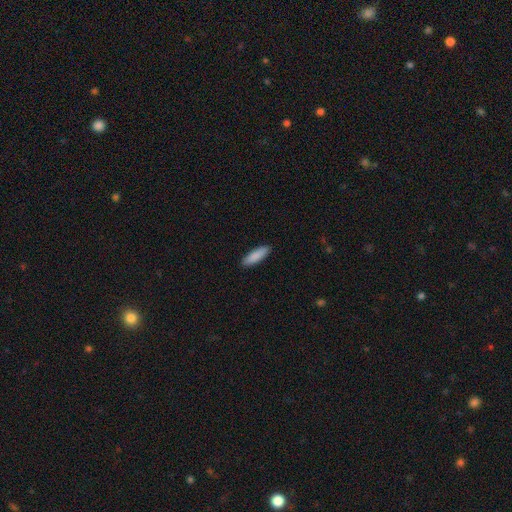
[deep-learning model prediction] A smooth galaxy with no disk features (89%) that is cigar-shaped (57%). Merging: none (91%).